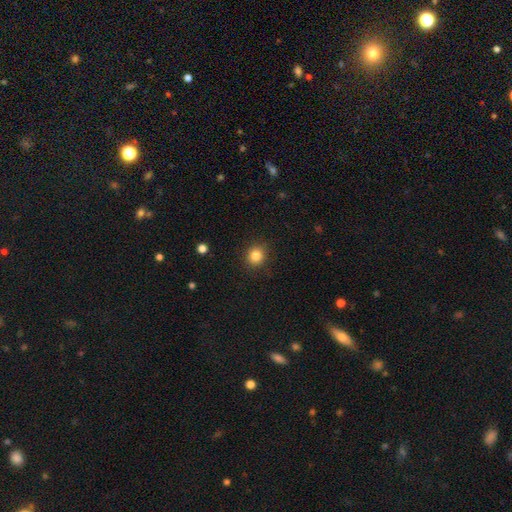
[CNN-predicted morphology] A smooth galaxy with no disk features (84%) that is round (86%).

Vote fractions:
- Smooth or featured? smooth: 84% / star or artifact: 11% / featured or disk: 5%
- How rounded? round: 86% / in between: 13% / cigar-shaped: 1%
- Merging? none: 89% / minor disturbance: 7% / major disturbance: 2% / merger: 1%